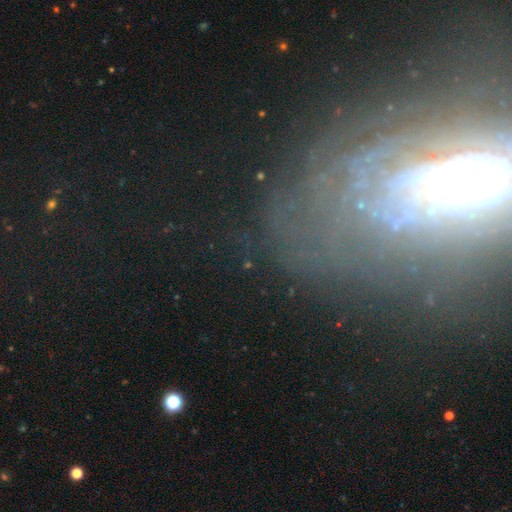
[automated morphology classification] type=featured or disk (65%); edge-on=no (83%); bar=no (63%); spiral arms=yes (61%); bulge=moderate (46%); merging=none (65%).